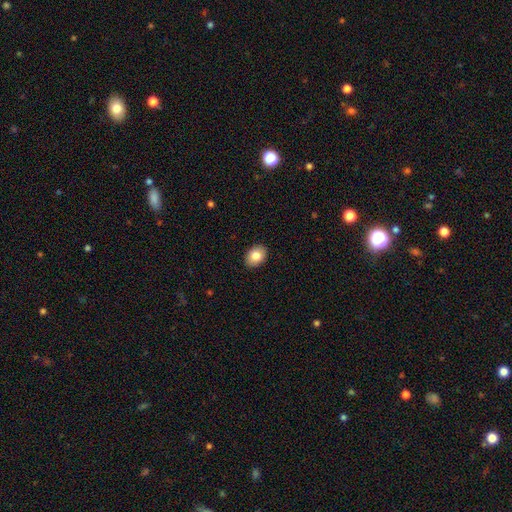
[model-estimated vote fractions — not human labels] Smooth or featured? Predicted: smooth (p=0.84). How rounded? Predicted: in between (p=0.72). Merging? Predicted: none (p=0.90).